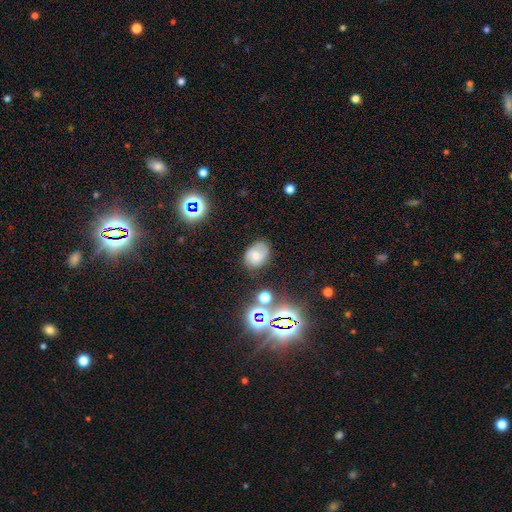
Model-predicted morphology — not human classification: A smooth galaxy with no disk features (56%) that is in between round and cigar-shaped (70%).

Vote fractions:
- Smooth or featured? smooth: 56% / featured or disk: 28% / star or artifact: 16%
- How rounded? in between: 70% / round: 29% / cigar-shaped: 1%
- Merging? none: 69% / minor disturbance: 22% / major disturbance: 6% / merger: 3%